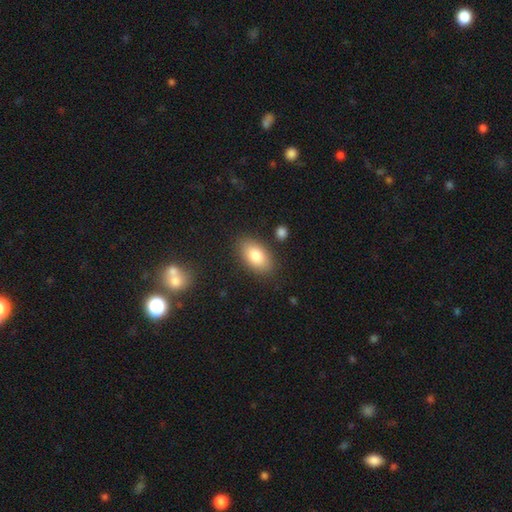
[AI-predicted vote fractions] A smooth galaxy with no disk features (82%) that is in between round and cigar-shaped (92%).

Vote fractions:
- Smooth or featured? smooth: 82% / featured or disk: 11% / star or artifact: 7%
- How rounded? in between: 92% / round: 6% / cigar-shaped: 2%
- Merging? none: 85% / minor disturbance: 10% / major disturbance: 3% / merger: 2%